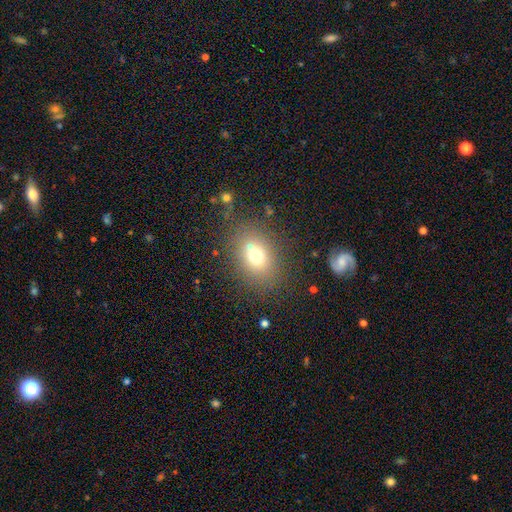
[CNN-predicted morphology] Overall: smooth (70%). How rounded: in between (65%; round 34%). Merging: none (76%).